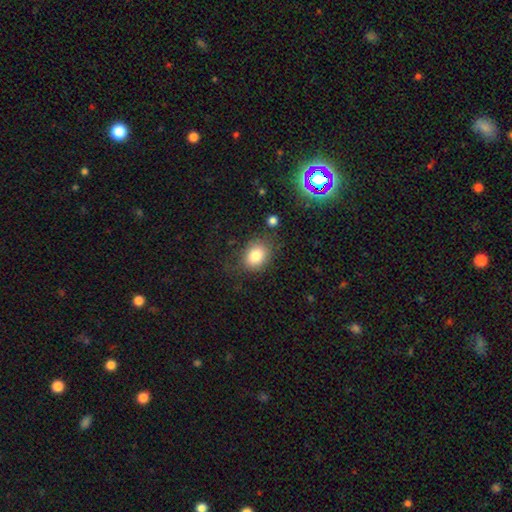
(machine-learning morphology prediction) Smooth or featured?
  - smooth: 82% *
  - star or artifact: 9%
  - featured or disk: 9%
How rounded?
  - in between: 59% *
  - round: 40%
  - cigar-shaped: 1%
Merging?
  - none: 70% *
  - minor disturbance: 19%
  - major disturbance: 8%
  - merger: 3%